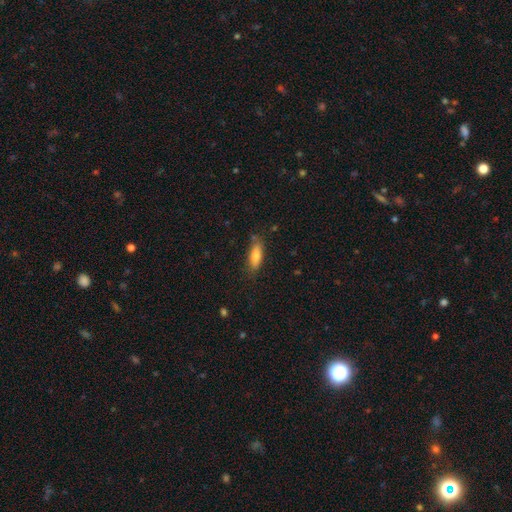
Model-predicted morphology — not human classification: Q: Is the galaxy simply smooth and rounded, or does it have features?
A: smooth — 77%.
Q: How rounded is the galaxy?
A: in between — 57%.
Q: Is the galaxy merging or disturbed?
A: none — 78%.